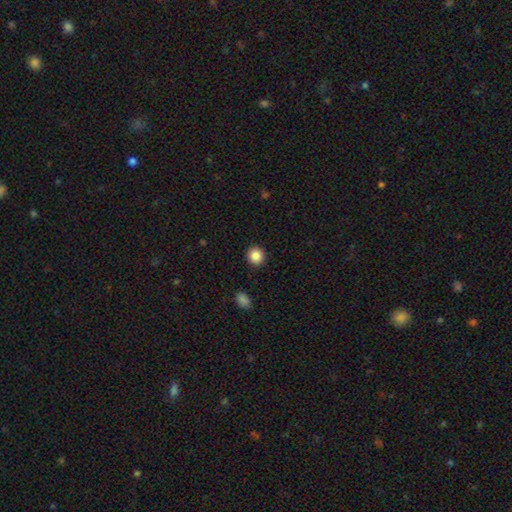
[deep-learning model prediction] This appears to be a smooth galaxy with no disk features (87%) that is round (92%). Merging: none (92%).